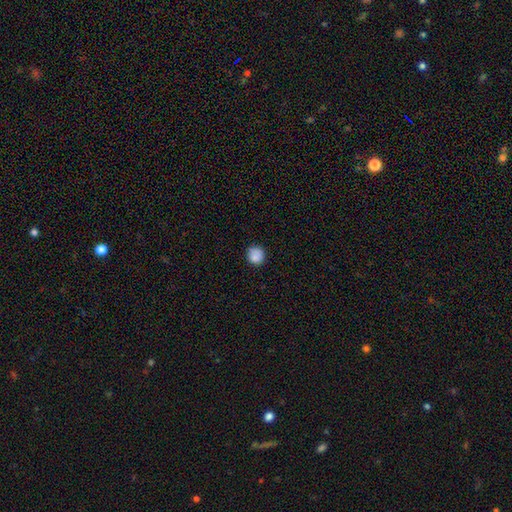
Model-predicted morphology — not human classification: Overall: smooth (85%). How rounded: round (87%). Merging: none (82%).